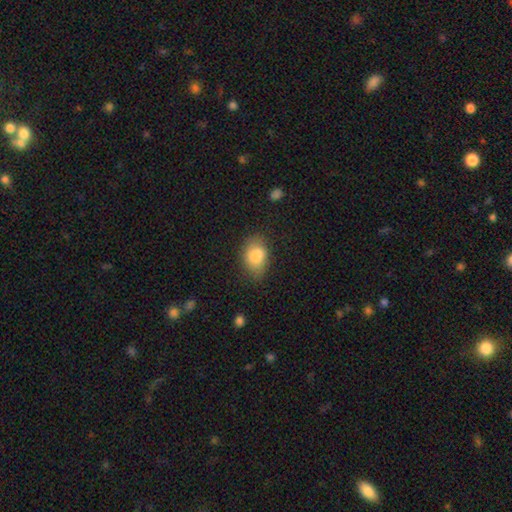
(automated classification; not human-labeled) A smooth galaxy with no disk features (85%) that is in between round and cigar-shaped (79%). Merging: none (64%).